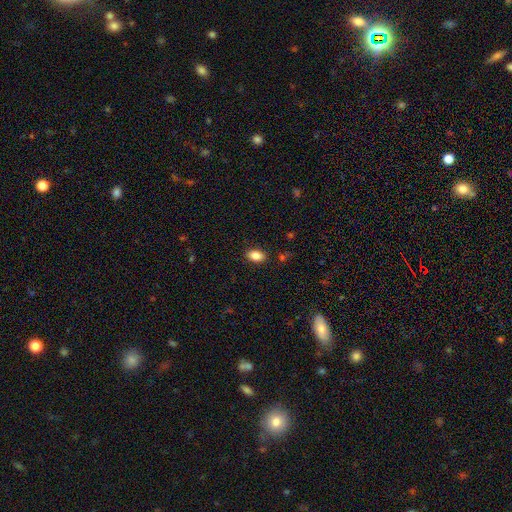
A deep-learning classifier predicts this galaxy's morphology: Overall: smooth (85%). How rounded: in between (88%). Merging: none (88%).